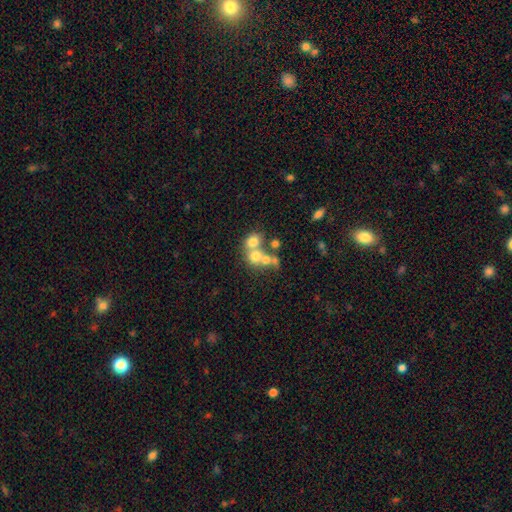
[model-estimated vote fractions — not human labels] This appears to be a smooth galaxy with no disk features (61%) that is round (71%). Merging: merger (57%).